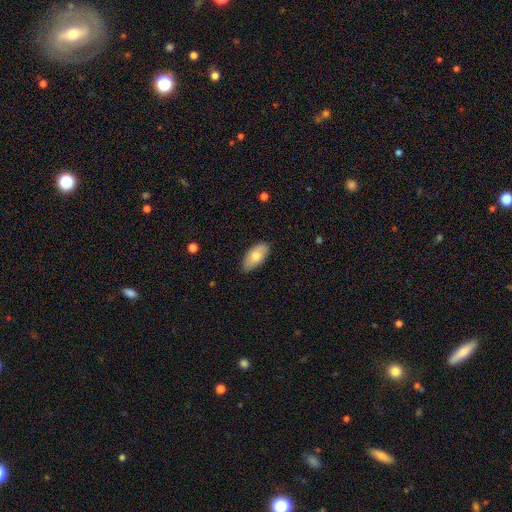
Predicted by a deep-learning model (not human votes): smooth_or_featured: smooth (p=0.74) [alt: featured or disk p=0.20]
how_rounded: in between (p=0.93) [alt: cigar-shaped p=0.05]
merging: none (p=0.84) [alt: minor disturbance p=0.13]